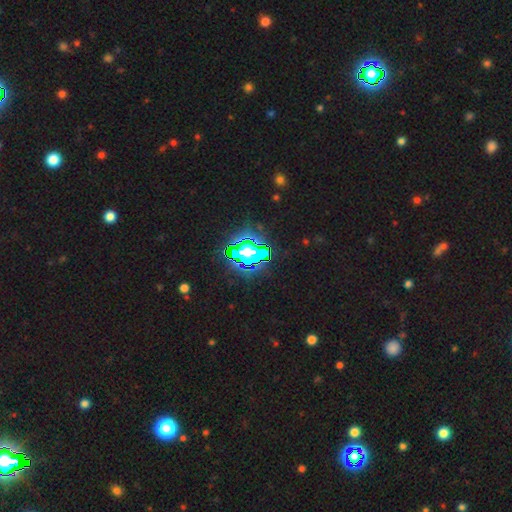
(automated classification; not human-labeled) Q: Smooth or featured?
A: star or artifact (64%); runner-up: smooth (19%)